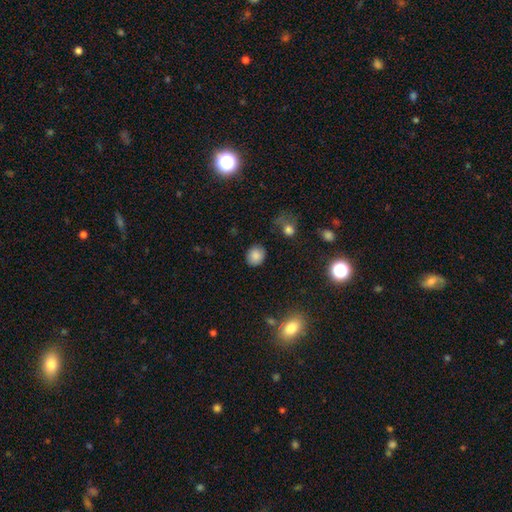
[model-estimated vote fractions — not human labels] Q: Smooth or featured?
A: smooth (83%); runner-up: star or artifact (11%)
Q: How rounded?
A: round (68%); runner-up: in between (31%)
Q: Merging?
A: none (83%); runner-up: minor disturbance (11%)